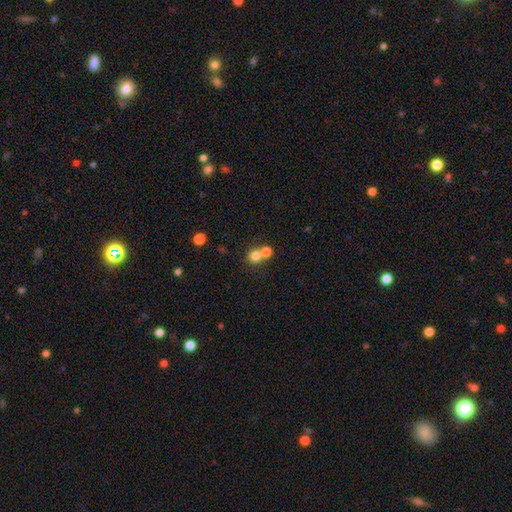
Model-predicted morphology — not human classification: smooth 78%, star or artifact 12%, featured or disk 10%. Down the decision tree: how rounded — round (83%); merging — merger (52%).